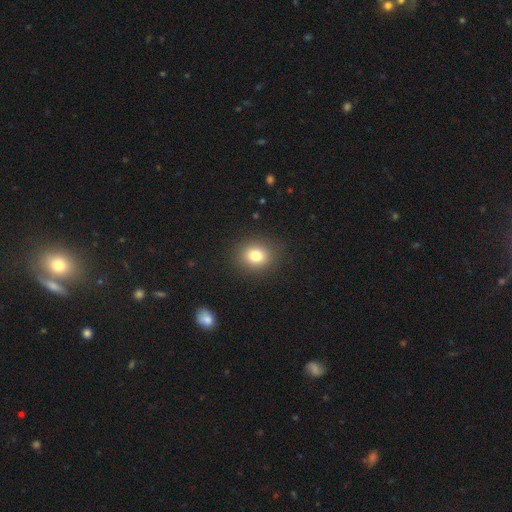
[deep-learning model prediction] smooth-or-featured: smooth: 79% | star or artifact: 12% | featured or disk: 8%
  how-rounded: round: 70% | in between: 29% | cigar-shaped: 1%
  merging: none: 89% | minor disturbance: 7% | major disturbance: 3% | merger: 1%